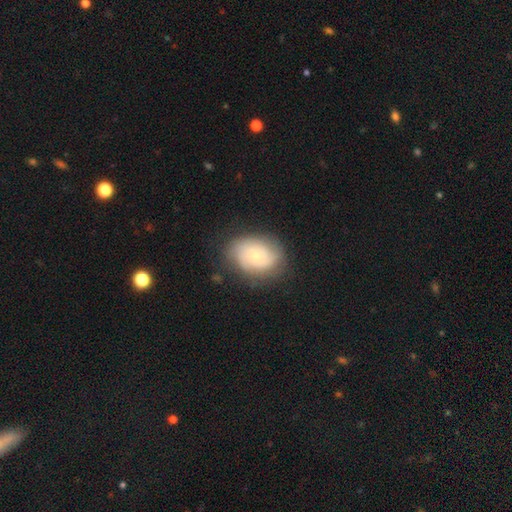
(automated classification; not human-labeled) Morphology: type=featured or disk (55%); edge-on=no (97%); bar=no (76%); spiral arms=yes (87%); bulge=small (57%); merging=none (75%).